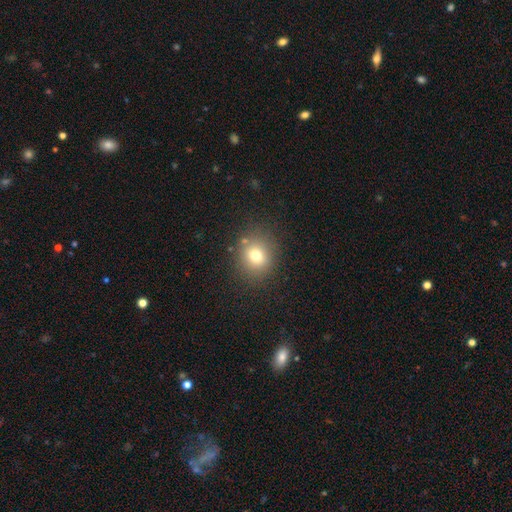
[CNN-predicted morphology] Smooth or featured: smooth — 75% (star or artifact — 15%)
How rounded: round — 80% (in between — 19%)
Merging: none — 84% (minor disturbance — 9%)